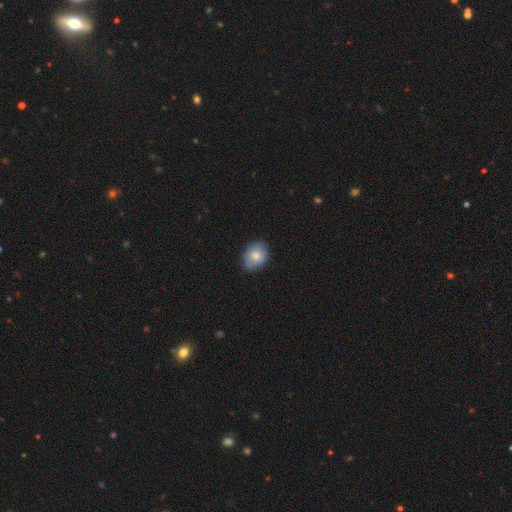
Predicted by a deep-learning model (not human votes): Smooth or featured: smooth — 79% (featured or disk — 13%)
How rounded: in between — 62% (round — 37%)
Merging: none — 77% (minor disturbance — 19%)